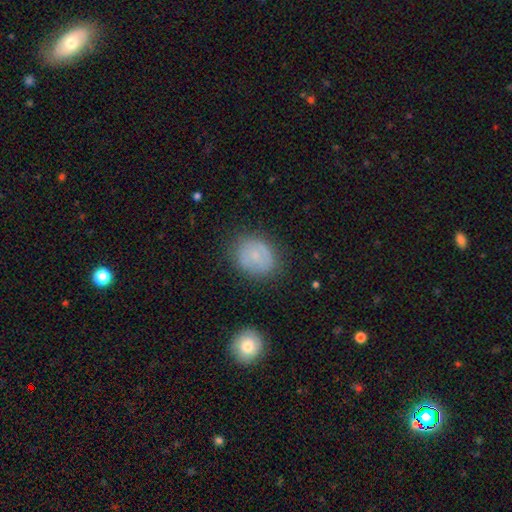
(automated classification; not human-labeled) The model was most divided on "how rounded": round: 61%, in between: 38%, cigar-shaped: 1%. More confident: merging — none (75%); smooth or featured — smooth (66%).